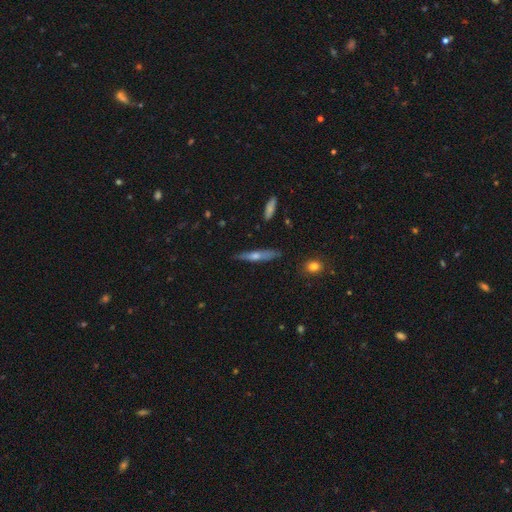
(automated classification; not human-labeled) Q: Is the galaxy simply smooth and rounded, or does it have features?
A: featured or disk — 56%.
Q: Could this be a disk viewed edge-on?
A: yes — 93%.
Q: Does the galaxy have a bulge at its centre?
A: rounded — 82%.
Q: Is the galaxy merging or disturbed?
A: none — 83%.